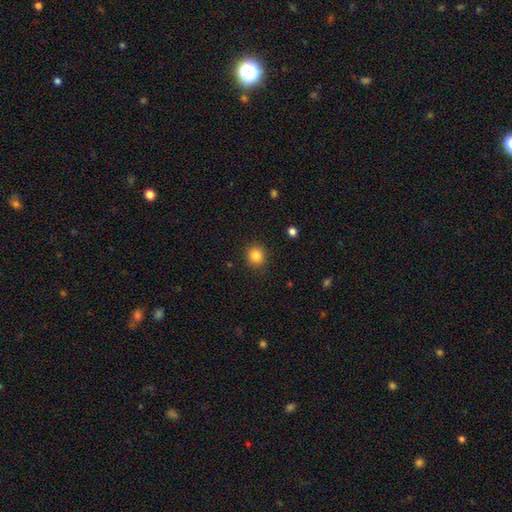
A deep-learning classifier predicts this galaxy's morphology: This is clearly a smooth galaxy (85%). How rounded: clearly round (85%). Merging: clearly none (89%).